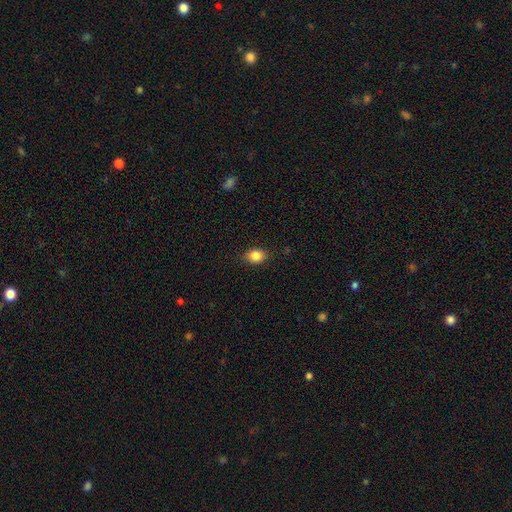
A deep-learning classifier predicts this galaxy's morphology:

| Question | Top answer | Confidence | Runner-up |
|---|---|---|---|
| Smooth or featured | smooth | 86% | star or artifact (9%) |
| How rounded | in between | 57% | round (42%) |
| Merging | none | 86% | minor disturbance (11%) |